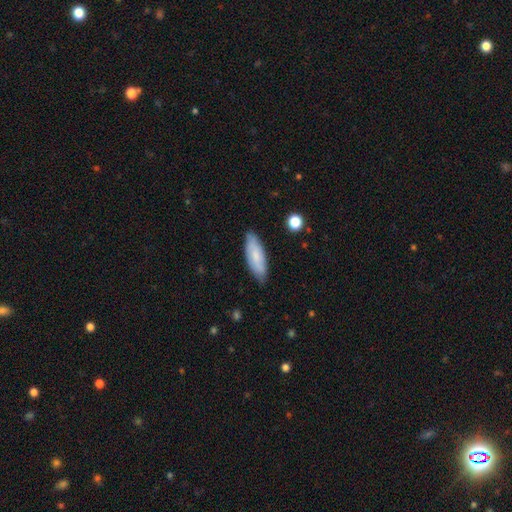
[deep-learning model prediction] A smooth galaxy with no disk features (72%) that is in between round and cigar-shaped (66%).

Vote fractions:
- Smooth or featured? smooth: 72% / featured or disk: 22% / star or artifact: 6%
- How rounded? in between: 66% / cigar-shaped: 32% / round: 2%
- Merging? none: 81% / minor disturbance: 15% / major disturbance: 2% / merger: 1%